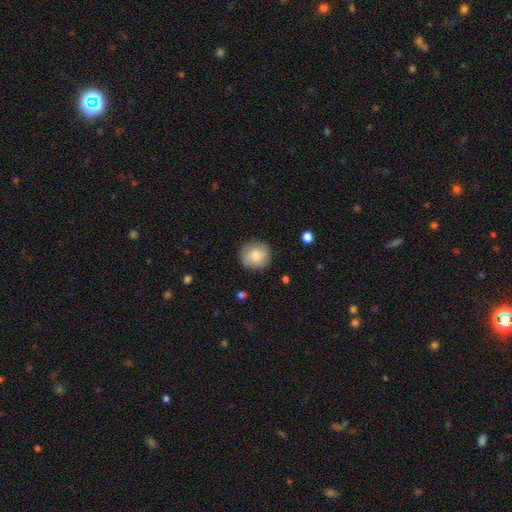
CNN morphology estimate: Smooth or featured?
  - smooth: 80% *
  - featured or disk: 12%
  - star or artifact: 7%
How rounded?
  - round: 91% *
  - in between: 8%
  - cigar-shaped: 1%
Merging?
  - none: 85% *
  - minor disturbance: 11%
  - major disturbance: 3%
  - merger: 1%